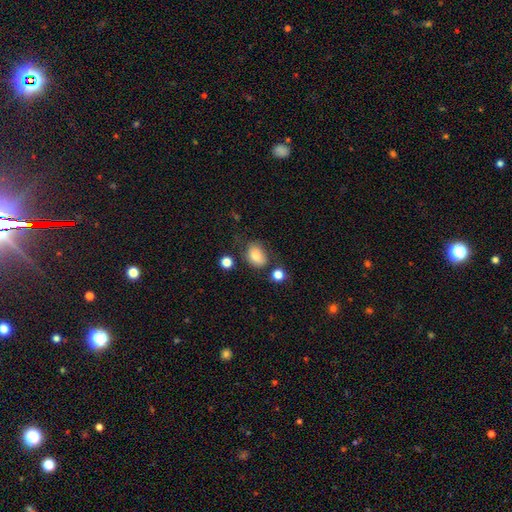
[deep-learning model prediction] A smooth galaxy with no disk features (82%) that is in between round and cigar-shaped (66%). Merging: none (64%).